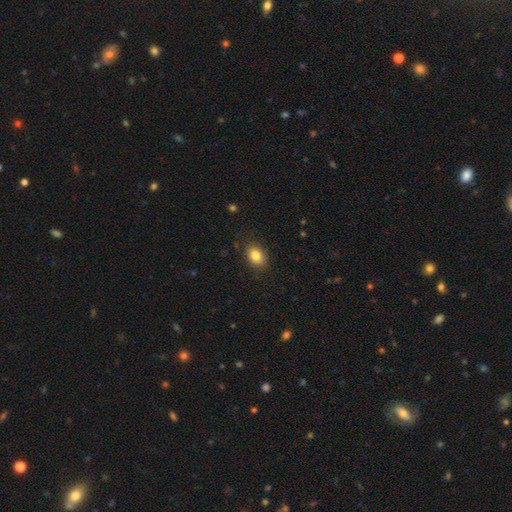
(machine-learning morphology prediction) The model was most divided on "how rounded": in between: 74%, round: 25%, cigar-shaped: 1%. More confident: merging — none (86%); smooth or featured — smooth (83%).